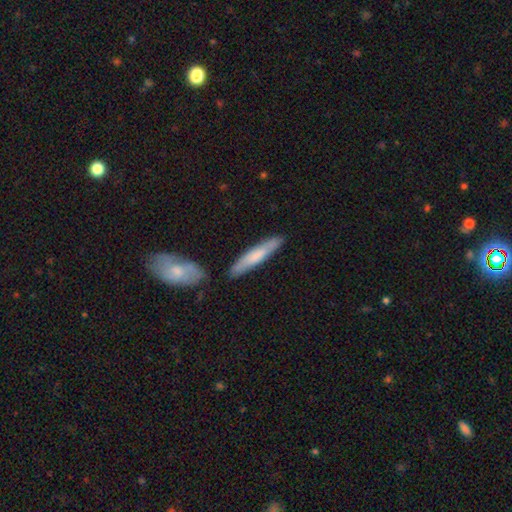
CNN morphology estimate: This appears to be a smooth galaxy with no disk features (66%) that is cigar-shaped (88%). Merging: none (79%).